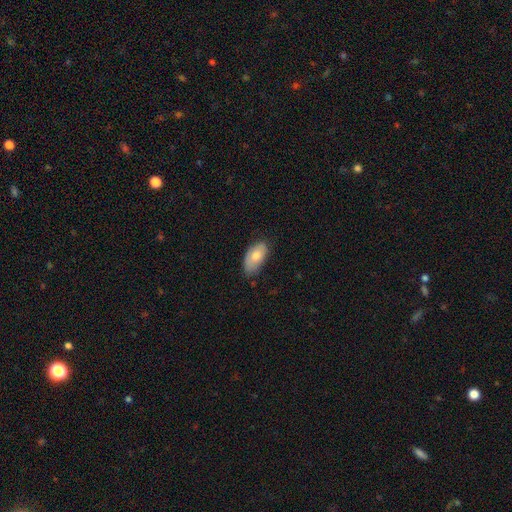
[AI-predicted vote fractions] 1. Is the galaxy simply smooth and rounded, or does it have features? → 71% smooth, 22% featured or disk, 7% star or artifact.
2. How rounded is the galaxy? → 93% in between, 3% round, 3% cigar-shaped.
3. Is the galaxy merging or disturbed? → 71% none, 24% minor disturbance, 4% major disturbance, 1% merger.